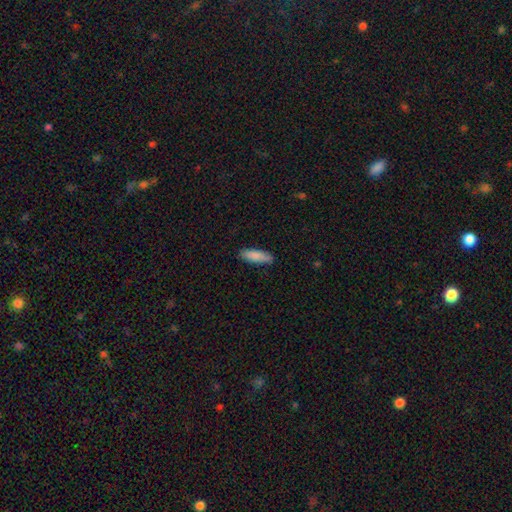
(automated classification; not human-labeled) smooth_or_featured: smooth (p=0.87) [alt: featured or disk p=0.08]
how_rounded: cigar-shaped (p=0.50) [alt: in between p=0.48]
merging: none (p=0.85) [alt: minor disturbance p=0.11]